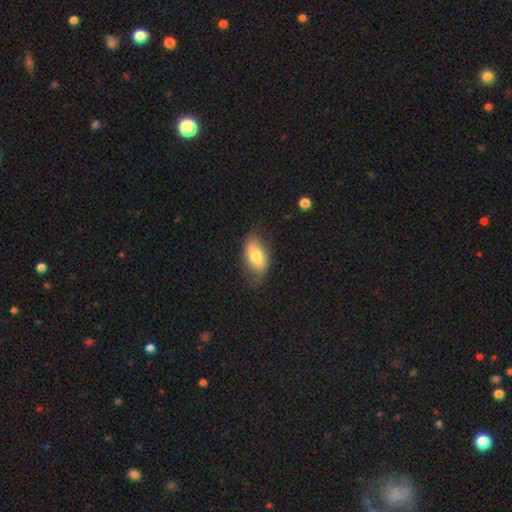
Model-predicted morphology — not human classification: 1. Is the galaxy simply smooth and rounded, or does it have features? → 66% smooth, 27% featured or disk, 6% star or artifact.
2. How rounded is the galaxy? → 91% in between, 6% round, 3% cigar-shaped.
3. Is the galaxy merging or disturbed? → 70% none, 22% minor disturbance, 6% major disturbance, 1% merger.